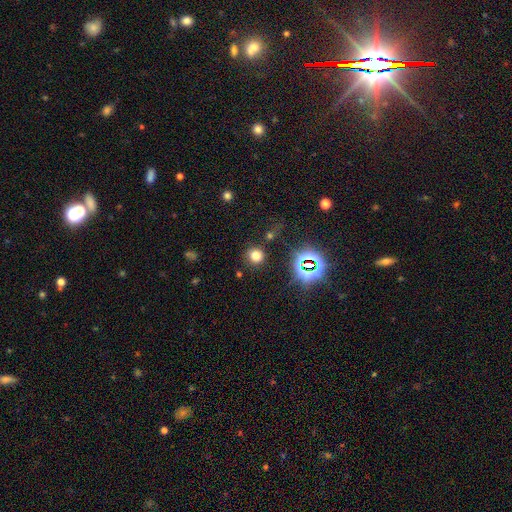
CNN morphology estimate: smooth_or_featured: smooth (p=0.71) [alt: star or artifact p=0.22]
how_rounded: round (p=0.90) [alt: in between p=0.09]
merging: none (p=0.84) [alt: minor disturbance p=0.08]